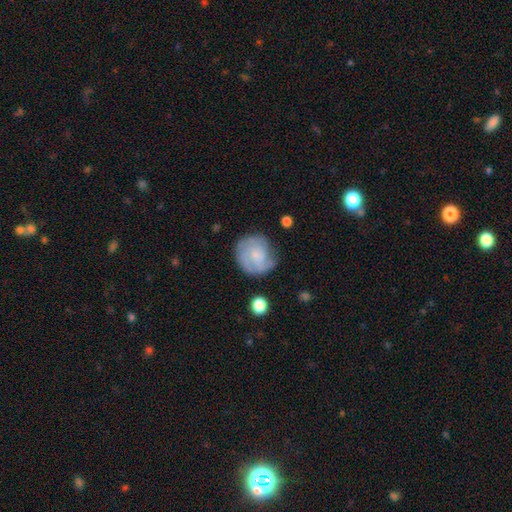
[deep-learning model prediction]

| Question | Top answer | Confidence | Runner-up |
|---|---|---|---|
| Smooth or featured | featured or disk | 61% | smooth (33%) |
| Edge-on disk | no | 98% | yes (2%) |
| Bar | no | 72% | weak (24%) |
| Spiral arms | yes | 88% | no (12%) |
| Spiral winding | tight | 56% | medium (32%) |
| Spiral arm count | can't tell | 33% | 2 (27%) |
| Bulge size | small | 56% | none (21%) |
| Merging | none | 67% | minor disturbance (21%) |